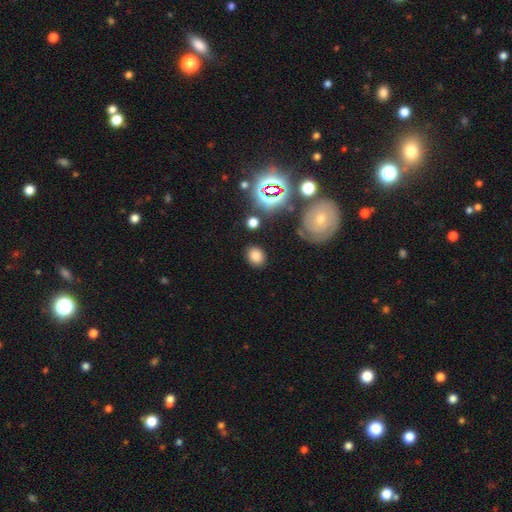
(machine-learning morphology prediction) Smooth or featured: smooth — 76% (star or artifact — 16%)
How rounded: in between — 50% (round — 49%)
Merging: none — 83% (minor disturbance — 10%)